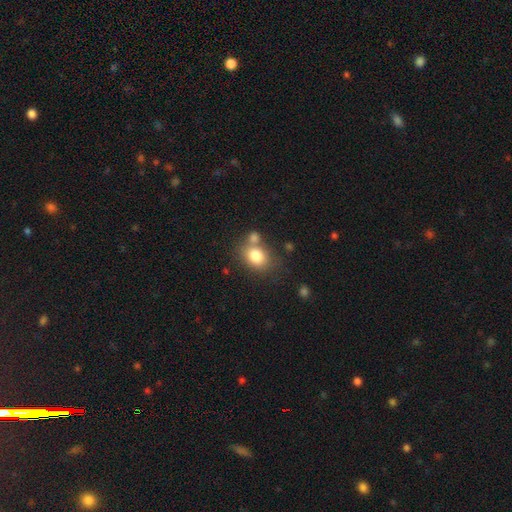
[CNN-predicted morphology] A smooth galaxy with no disk features (81%) that is in between round and cigar-shaped (52%).

Vote fractions:
- Smooth or featured? smooth: 81% / featured or disk: 10% / star or artifact: 10%
- How rounded? in between: 52% / round: 47% / cigar-shaped: 1%
- Merging? none: 55% / merger: 26% / minor disturbance: 14% / major disturbance: 5%